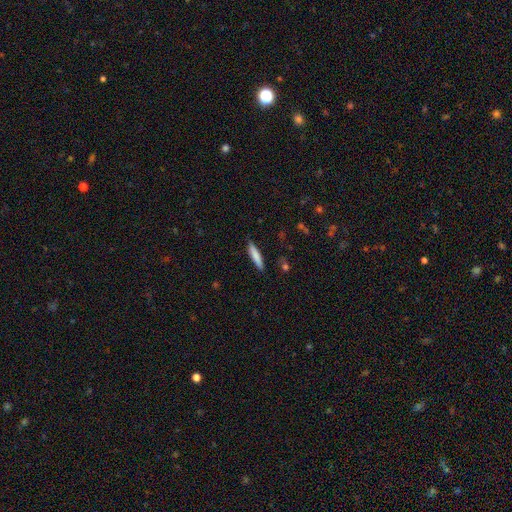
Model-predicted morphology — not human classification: A smooth galaxy with no disk features (78%) that is cigar-shaped (88%). Merging: none (87%).